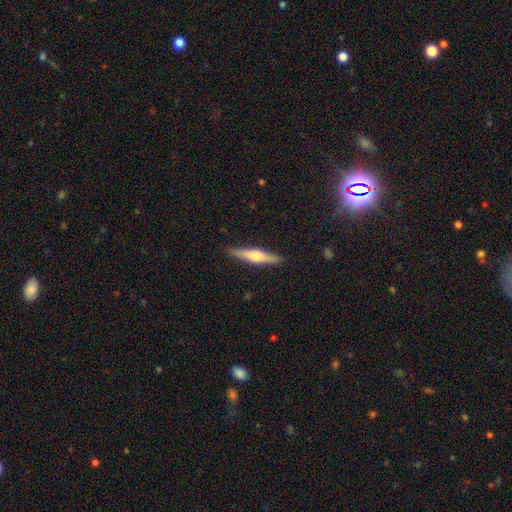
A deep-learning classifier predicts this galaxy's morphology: featured or disk 64%, smooth 30%, star or artifact 6%. Down the decision tree: edge-on disk — yes (98%); edge-on bulge — rounded (90%); merging — none (91%).